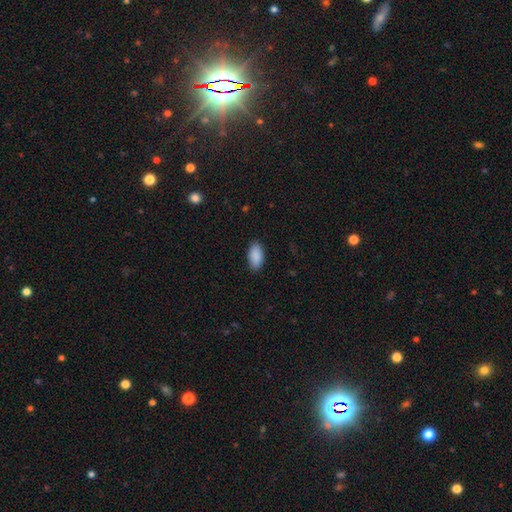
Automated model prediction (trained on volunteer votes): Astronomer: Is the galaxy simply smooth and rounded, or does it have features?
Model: smooth — 90%.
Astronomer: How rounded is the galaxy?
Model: in between — 93%.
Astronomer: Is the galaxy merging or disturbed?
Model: none — 88%.